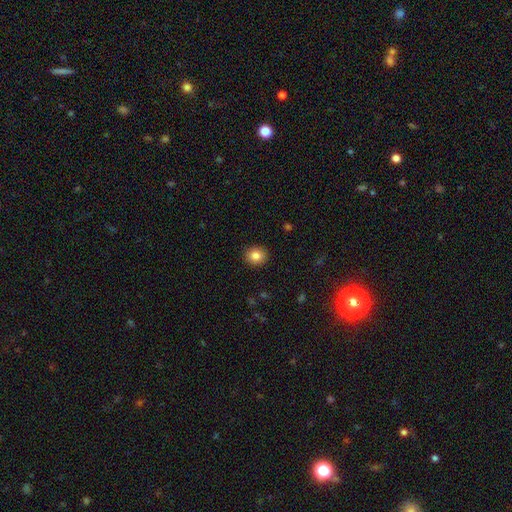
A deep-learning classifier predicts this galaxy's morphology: Smooth or featured? smooth (84%)
How rounded? round (83%)
Merging? none (91%)